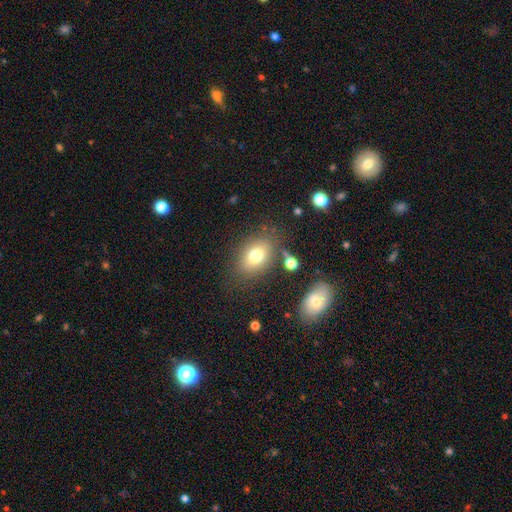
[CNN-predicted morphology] type=smooth (75%); roundness=in between (75%); merging=none (75%).